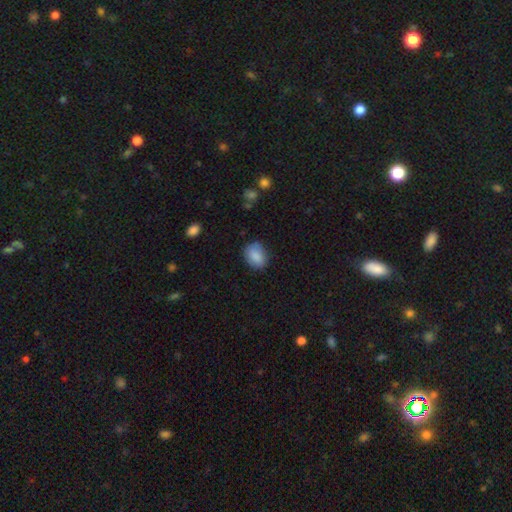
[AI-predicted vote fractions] Q: Smooth or featured?
A: smooth (87%); runner-up: star or artifact (7%)
Q: How rounded?
A: in between (74%); runner-up: round (25%)
Q: Merging?
A: none (76%); runner-up: minor disturbance (19%)